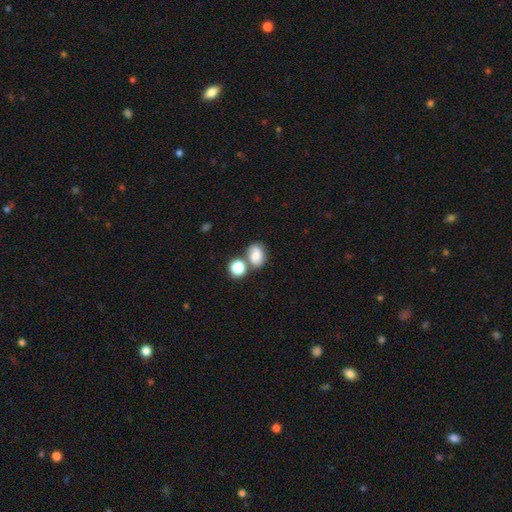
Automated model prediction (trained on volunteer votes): smooth_or_featured: smooth (p=0.75) [alt: featured or disk p=0.14]
how_rounded: in between (p=0.66) [alt: round p=0.33]
merging: none (p=0.45) [alt: merger p=0.33]